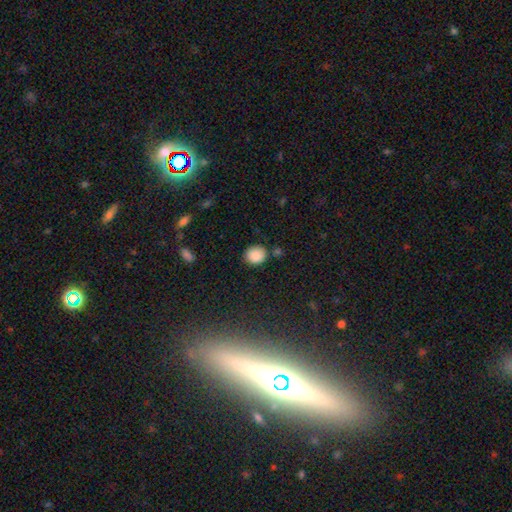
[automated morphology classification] smooth 87%, star or artifact 9%, featured or disk 4%. Down the decision tree: how rounded — round (71%); merging — none (80%).